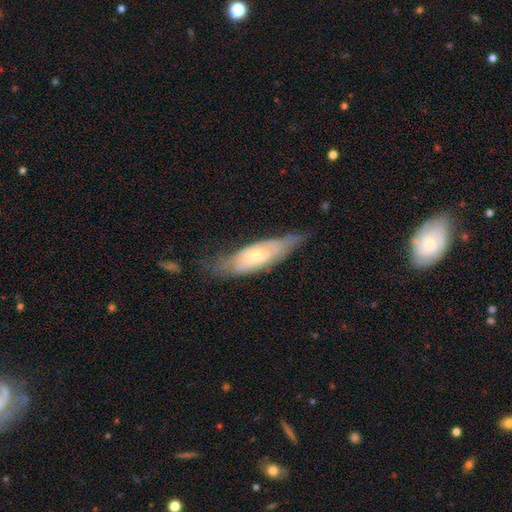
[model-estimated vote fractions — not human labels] featured or disk 59%, smooth 34%, star or artifact 6%. Down the decision tree: edge-on disk — no (66%); merging — none (57%).